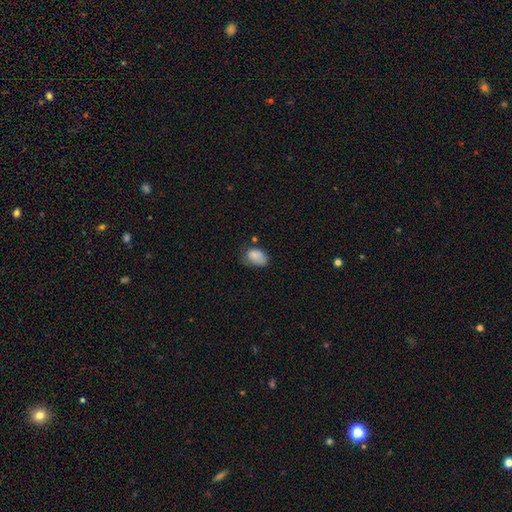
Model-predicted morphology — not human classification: A smooth galaxy with no disk features (82%) that is in between round and cigar-shaped (86%).

Vote fractions:
- Smooth or featured? smooth: 82% / featured or disk: 10% / star or artifact: 8%
- How rounded? in between: 86% / round: 13% / cigar-shaped: 1%
- Merging? none: 44% / minor disturbance: 36% / major disturbance: 17% / merger: 4%